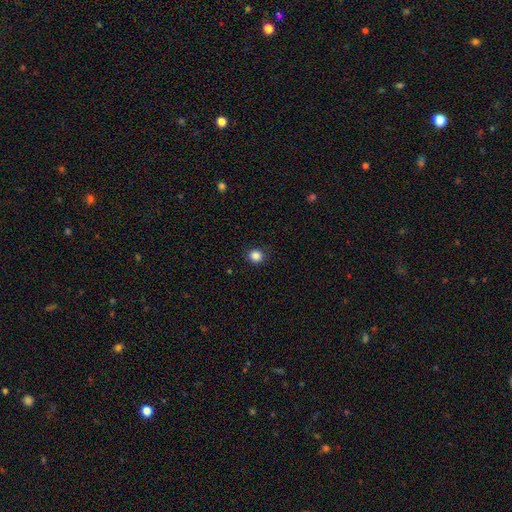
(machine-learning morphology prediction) Q: Smooth or featured?
A: smooth (85%); runner-up: star or artifact (11%)
Q: How rounded?
A: round (89%); runner-up: in between (10%)
Q: Merging?
A: none (89%); runner-up: minor disturbance (8%)